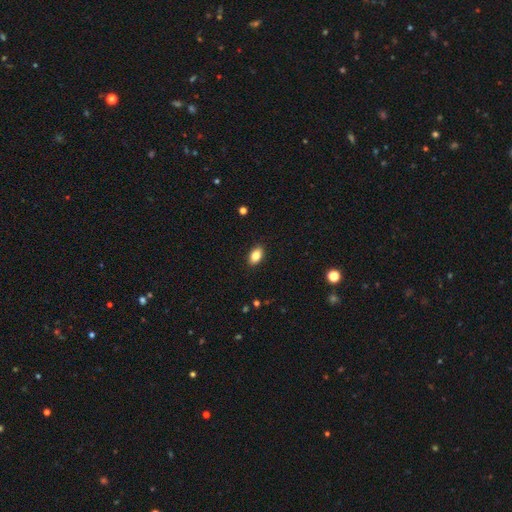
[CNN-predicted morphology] Smooth or featured? Predicted: smooth (p=0.84). How rounded? Predicted: in between (p=0.88). Merging? Predicted: none (p=0.90).